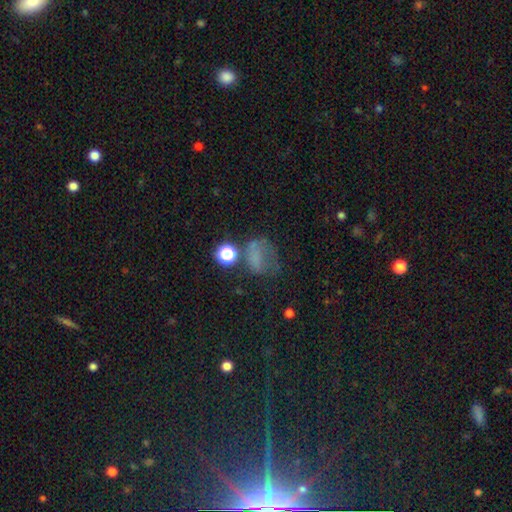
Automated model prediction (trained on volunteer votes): Morphology: type=smooth (51%); roundness=in between (52%); merging=none (36%).